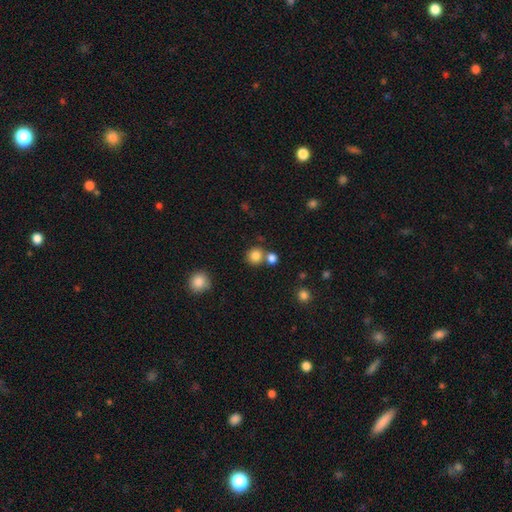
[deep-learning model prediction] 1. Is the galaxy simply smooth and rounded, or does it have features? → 83% smooth, 11% star or artifact, 6% featured or disk.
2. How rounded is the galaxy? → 88% round, 11% in between, 1% cigar-shaped.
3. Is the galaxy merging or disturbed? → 67% none, 22% merger, 8% minor disturbance, 3% major disturbance.